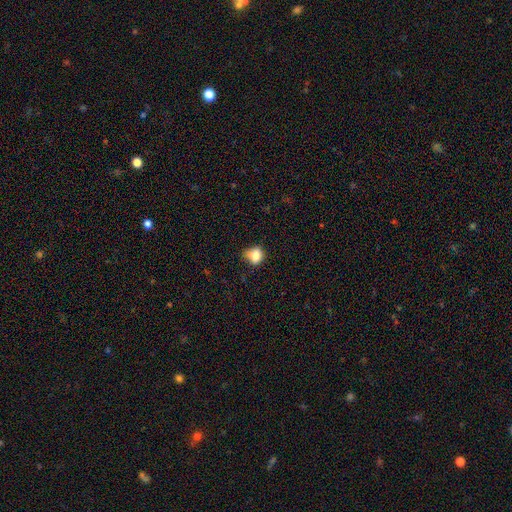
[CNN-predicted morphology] Smooth or featured?
  - smooth: 79% *
  - star or artifact: 11%
  - featured or disk: 11%
How rounded?
  - round: 53% *
  - in between: 46%
  - cigar-shaped: 1%
Merging?
  - none: 46% *
  - minor disturbance: 37%
  - major disturbance: 12%
  - merger: 5%